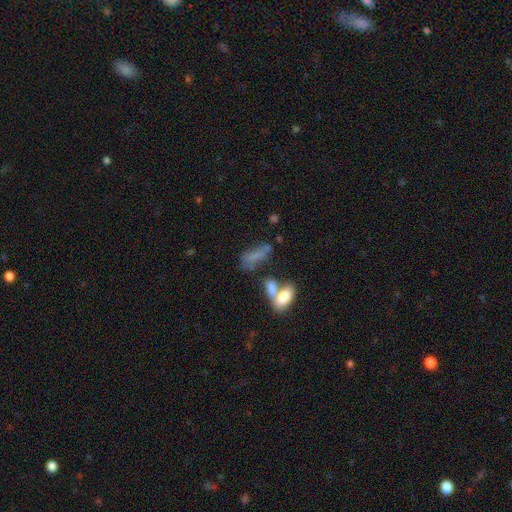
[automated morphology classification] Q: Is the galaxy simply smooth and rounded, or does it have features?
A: smooth — 61%.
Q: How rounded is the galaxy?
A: in between — 64%.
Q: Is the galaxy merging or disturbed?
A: none — 33%, tied with merger.